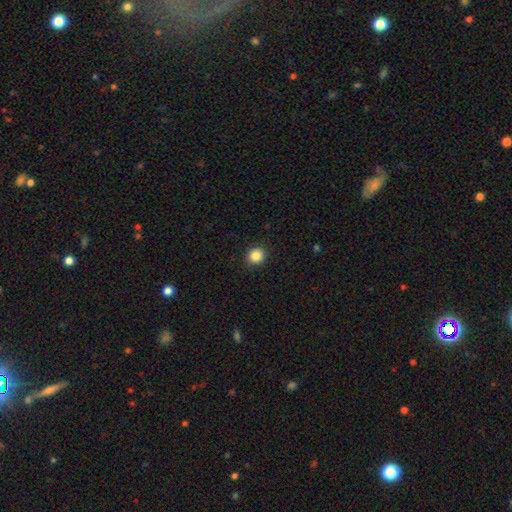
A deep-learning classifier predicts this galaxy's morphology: Smooth or featured?
  - smooth: 86% *
  - star or artifact: 10%
  - featured or disk: 4%
How rounded?
  - round: 82% *
  - in between: 18%
  - cigar-shaped: 1%
Merging?
  - none: 90% *
  - minor disturbance: 7%
  - major disturbance: 2%
  - merger: 1%